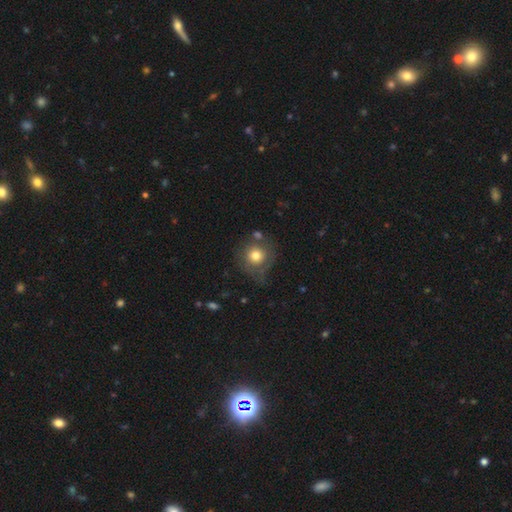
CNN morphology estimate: Smooth or featured: smooth — 68% (featured or disk — 23%)
How rounded: round — 90% (in between — 9%)
Merging: none — 61% (minor disturbance — 20%)